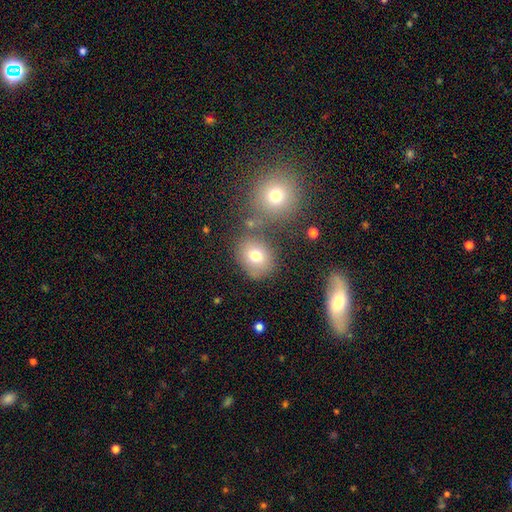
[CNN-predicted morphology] This appears to be a smooth galaxy with no disk features (74%) that is round (70%). Merging: none (70%).